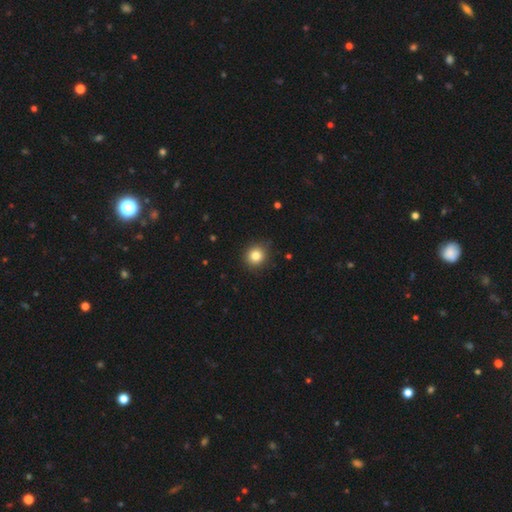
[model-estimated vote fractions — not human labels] This appears to be a smooth galaxy with no disk features (82%) that is round (90%). Merging: none (87%).